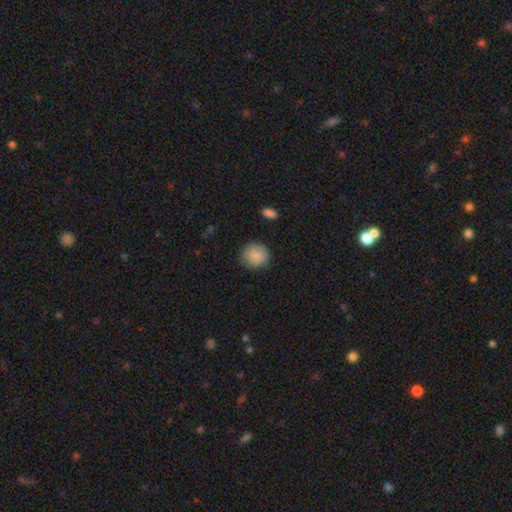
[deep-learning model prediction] Q: Smooth or featured?
A: smooth (87%); runner-up: star or artifact (8%)
Q: How rounded?
A: round (90%); runner-up: in between (9%)
Q: Merging?
A: none (85%); runner-up: minor disturbance (11%)